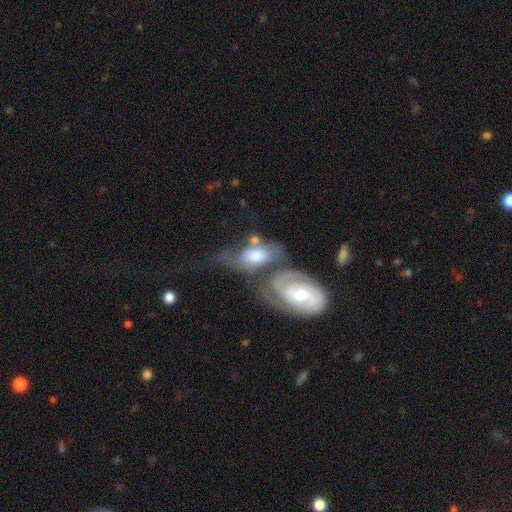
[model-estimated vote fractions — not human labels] Smooth or featured? Predicted: featured or disk (p=0.48). Merging? Predicted: merger (p=0.45).